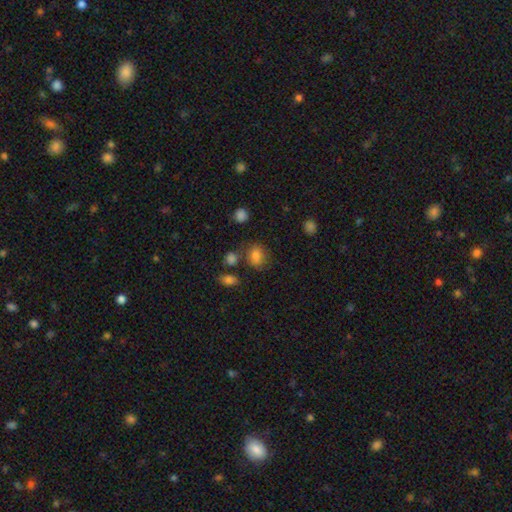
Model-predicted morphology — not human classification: Smooth or featured?
  - smooth: 77% *
  - star or artifact: 13%
  - featured or disk: 10%
How rounded?
  - round: 56% *
  - in between: 43%
  - cigar-shaped: 1%
Merging?
  - none: 69% *
  - minor disturbance: 16%
  - merger: 9%
  - major disturbance: 6%